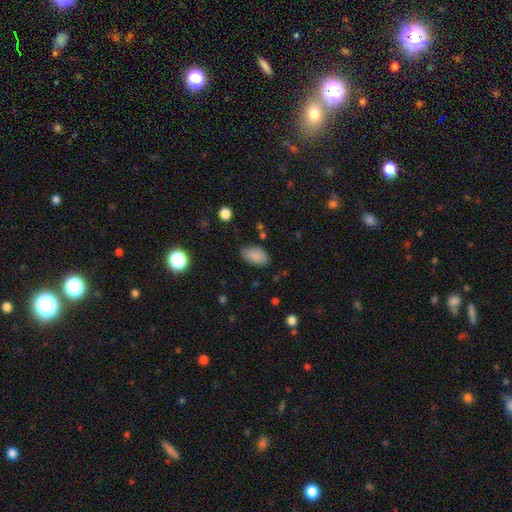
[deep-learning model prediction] smooth 85%, star or artifact 8%, featured or disk 7%. Down the decision tree: how rounded — in between (93%); merging — none (75%).